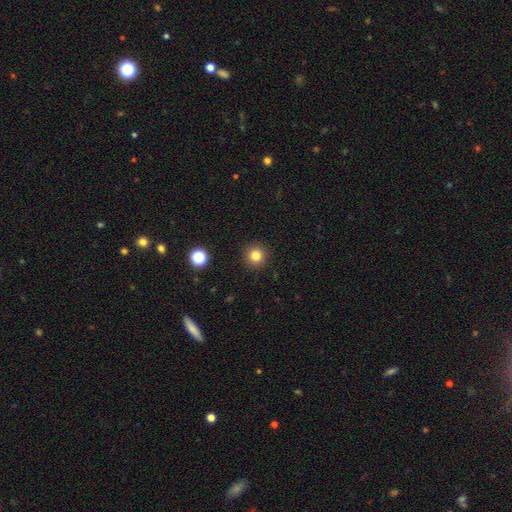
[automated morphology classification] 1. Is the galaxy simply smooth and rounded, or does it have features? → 82% smooth, 13% star or artifact, 5% featured or disk.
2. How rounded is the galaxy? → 95% round, 4% in between, 1% cigar-shaped.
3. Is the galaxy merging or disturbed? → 92% none, 5% minor disturbance, 2% major disturbance, 1% merger.